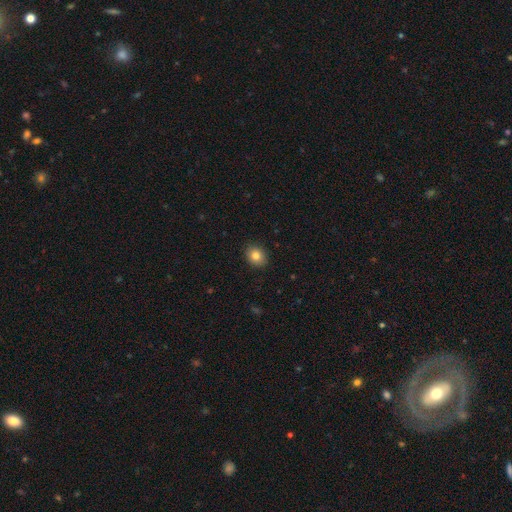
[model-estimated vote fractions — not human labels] smooth 83%, star or artifact 10%, featured or disk 7%. Down the decision tree: how rounded — round (59%); merging — none (90%).